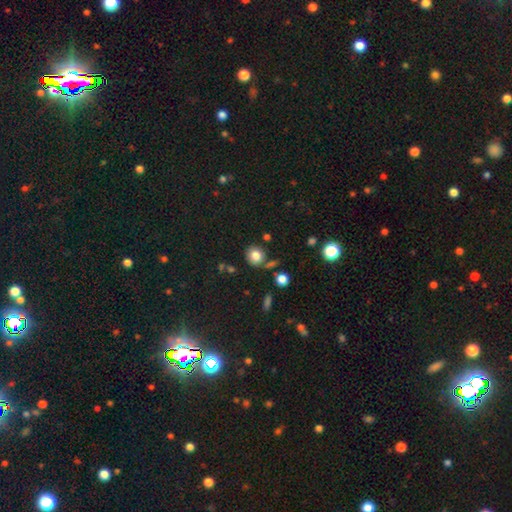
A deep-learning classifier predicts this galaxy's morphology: This appears to be a smooth galaxy with no disk features (80%) that is round (84%). Merging: none (76%).